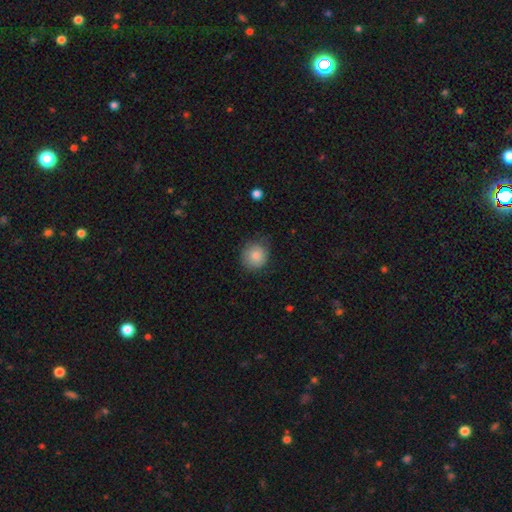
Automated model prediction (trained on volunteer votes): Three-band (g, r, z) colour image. It shows a smooth galaxy with no disk features (83%) that is round (87%). Merging: none (72%).